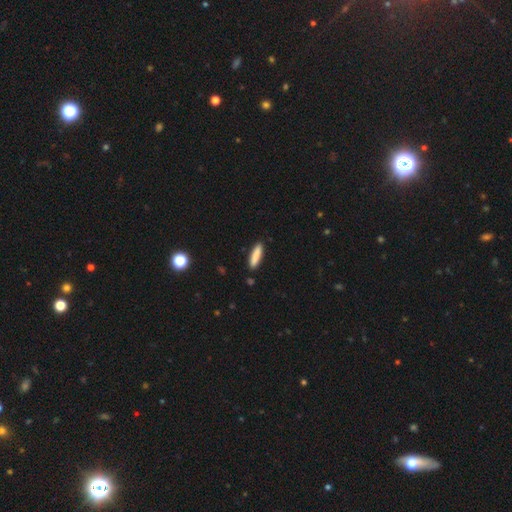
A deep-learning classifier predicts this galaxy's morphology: smooth-or-featured: smooth: 86% | featured or disk: 8% | star or artifact: 6%
  how-rounded: cigar-shaped: 77% | in between: 22% | round: 1%
  merging: none: 89% | minor disturbance: 8% | major disturbance: 2% | merger: 1%